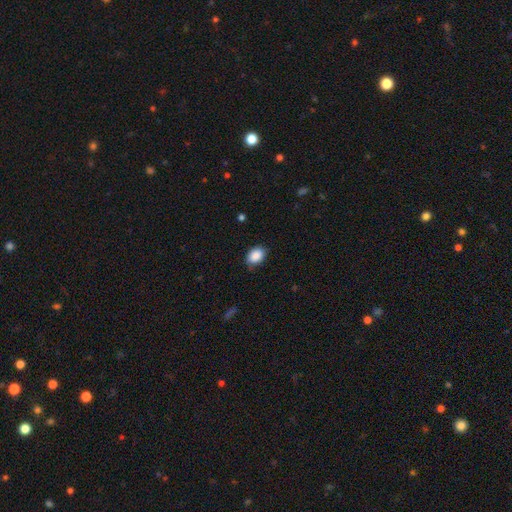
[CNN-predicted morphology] Smooth or featured? smooth (88%)
How rounded? in between (75%)
Merging? none (75%)